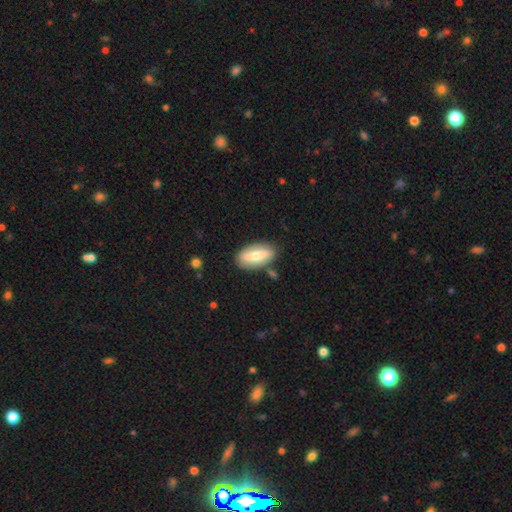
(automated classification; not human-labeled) smooth_or_featured: smooth (p=0.54) [alt: featured or disk p=0.40]
how_rounded: in between (p=0.85) [alt: cigar-shaped p=0.12]
merging: none (p=0.82) [alt: minor disturbance p=0.12]